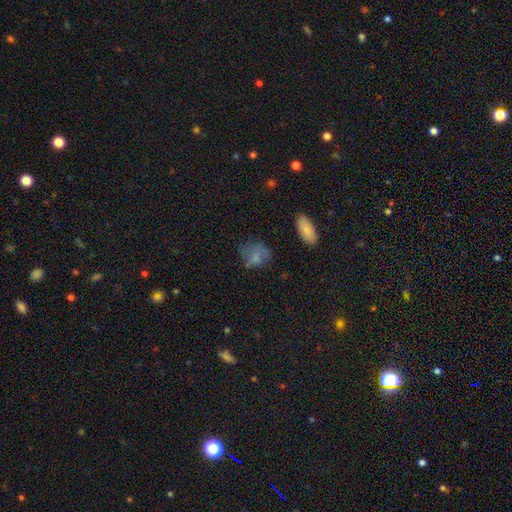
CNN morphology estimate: Smooth or featured?
  - smooth: 73% *
  - featured or disk: 16%
  - star or artifact: 11%
How rounded?
  - in between: 51% *
  - round: 47%
  - cigar-shaped: 2%
Merging?
  - none: 51% *
  - minor disturbance: 27%
  - major disturbance: 17%
  - merger: 4%